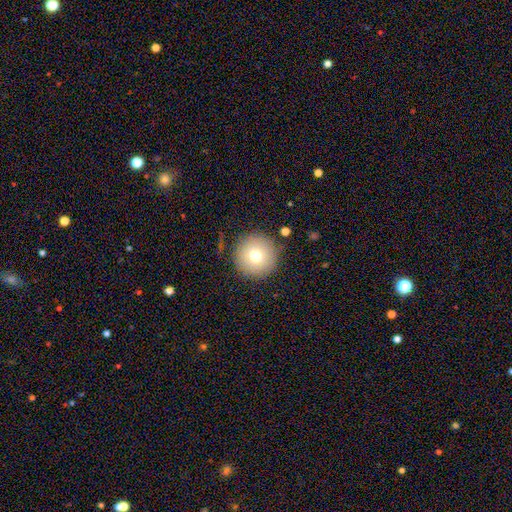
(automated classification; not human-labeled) A smooth galaxy with no disk features (74%) that is round (96%). Merging: none (88%).